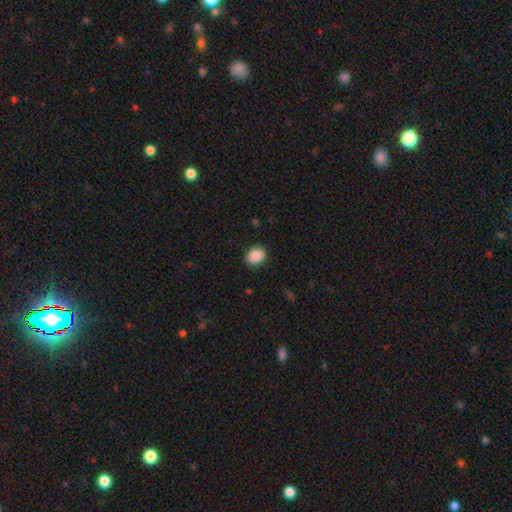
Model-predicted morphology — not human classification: Smooth or featured?
  - smooth: 88% *
  - star or artifact: 8%
  - featured or disk: 4%
How rounded?
  - round: 56% *
  - in between: 43%
  - cigar-shaped: 1%
Merging?
  - none: 90% *
  - minor disturbance: 7%
  - major disturbance: 2%
  - merger: 1%